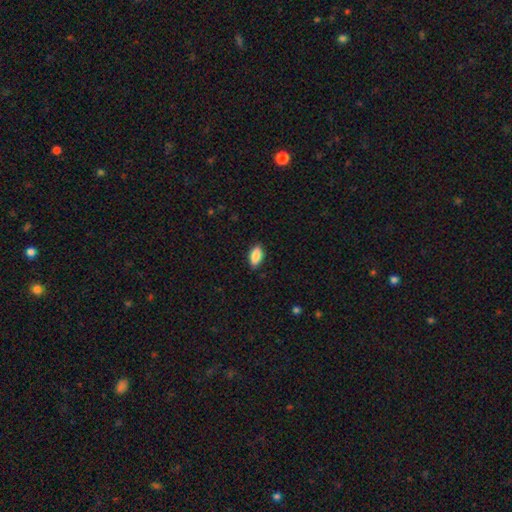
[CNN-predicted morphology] smooth 89%, star or artifact 7%, featured or disk 4%. Down the decision tree: how rounded — in between (90%); merging — none (87%).